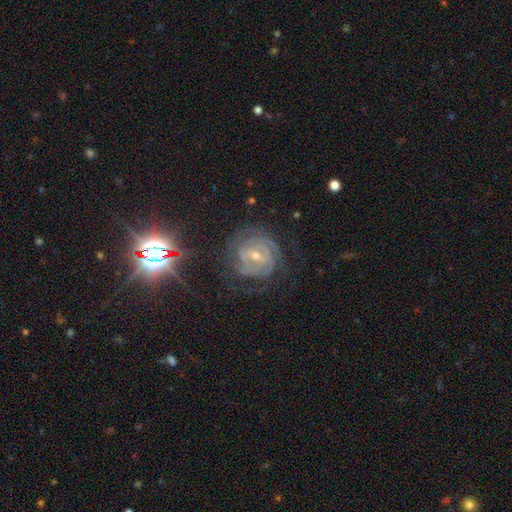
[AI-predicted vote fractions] featured or disk 82%, star or artifact 10%, smooth 8%. Down the decision tree: edge-on disk — no (97%); bar — weak (47%); spiral arms — yes (94%); spiral arm count — can't tell (37%); spiral winding — tight (73%); bulge size — small (53%); merging — none (69%).